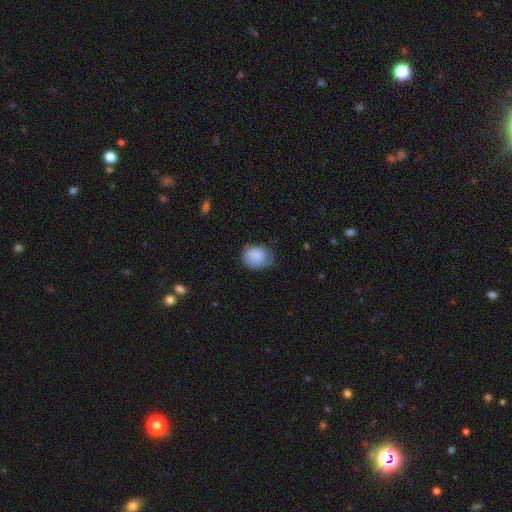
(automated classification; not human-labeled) Smooth or featured? Predicted: smooth (p=0.78). How rounded? Predicted: in between (p=0.51). Merging? Predicted: none (p=0.46).